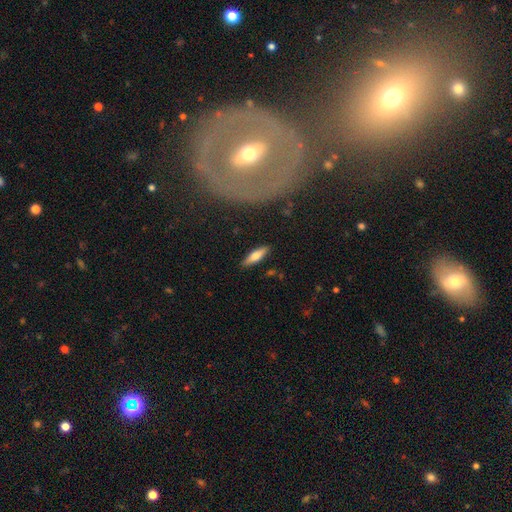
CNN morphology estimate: smooth 61%, featured or disk 32%, star or artifact 7%. Down the decision tree: how rounded — cigar-shaped (56%); merging — none (88%).